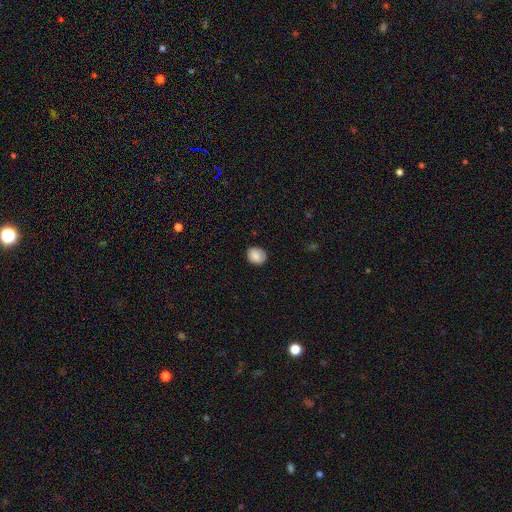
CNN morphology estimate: type=smooth (84%); roundness=round (59%); merging=none (81%).